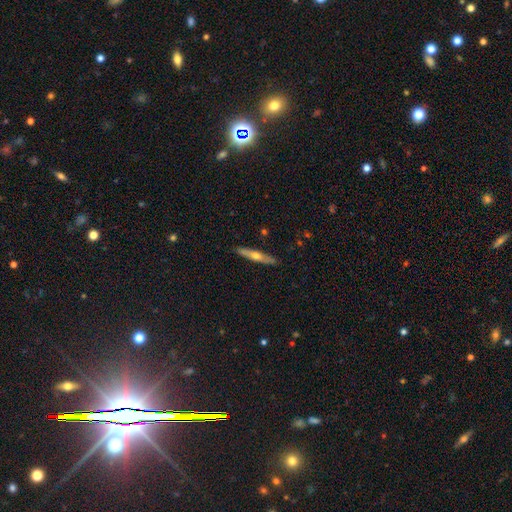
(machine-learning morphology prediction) type=featured or disk (54%); edge-on=yes (92%); merging=none (90%).